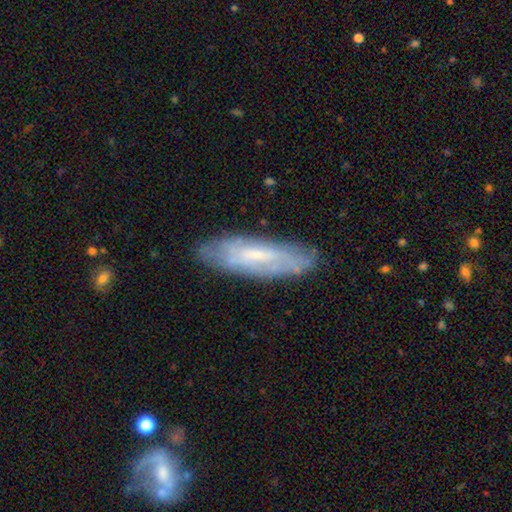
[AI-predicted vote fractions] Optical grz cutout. It shows a featured or disk galaxy (53%). Merging: none (79%).